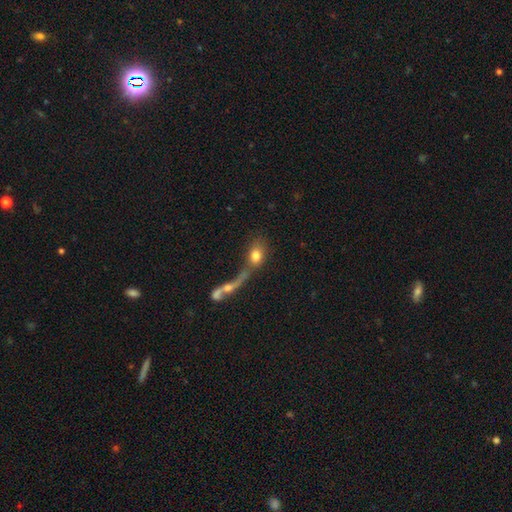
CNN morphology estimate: smooth-or-featured: smooth: 74% | featured or disk: 17% | star or artifact: 9%
  how-rounded: in between: 67% | round: 26% | cigar-shaped: 6%
  merging: merger: 52% | none: 30% | major disturbance: 10% | minor disturbance: 8%